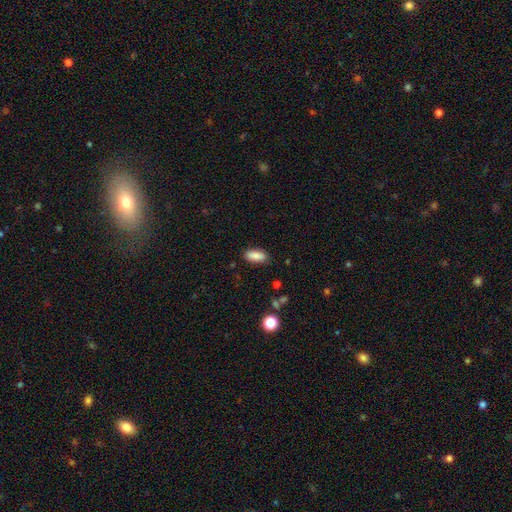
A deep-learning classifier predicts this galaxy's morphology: This is clearly a smooth galaxy (86%). How rounded: clearly in between (83%). Merging: clearly none (85%).